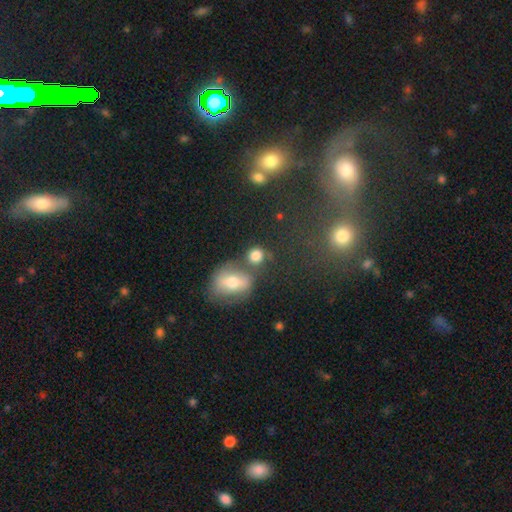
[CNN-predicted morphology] This is likely a smooth galaxy (78%). How rounded: likely round (80%). Merging: possibly none (56%).